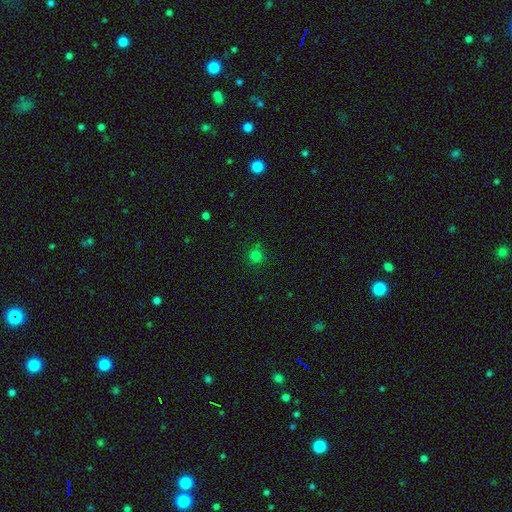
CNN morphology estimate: Smooth or featured? smooth (76%)
How rounded? round (93%)
Merging? none (79%)